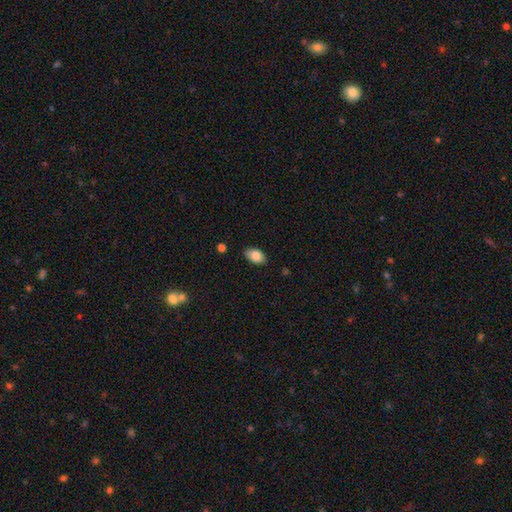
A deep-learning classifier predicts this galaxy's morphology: Overall: smooth (84%). How rounded: in between (93%). Merging: none (84%).